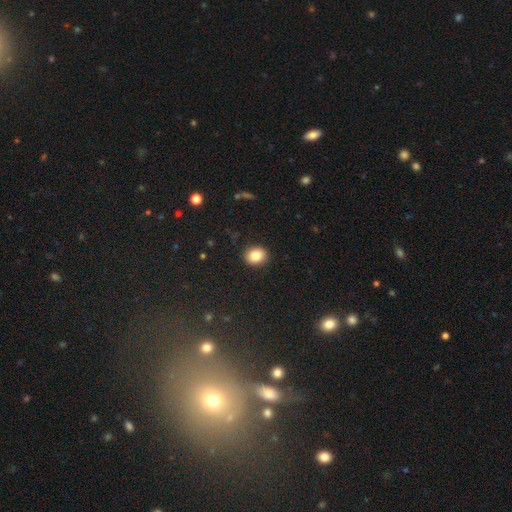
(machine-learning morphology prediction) smooth 85%, star or artifact 9%, featured or disk 6%. Down the decision tree: how rounded — round (56%); merging — none (90%).